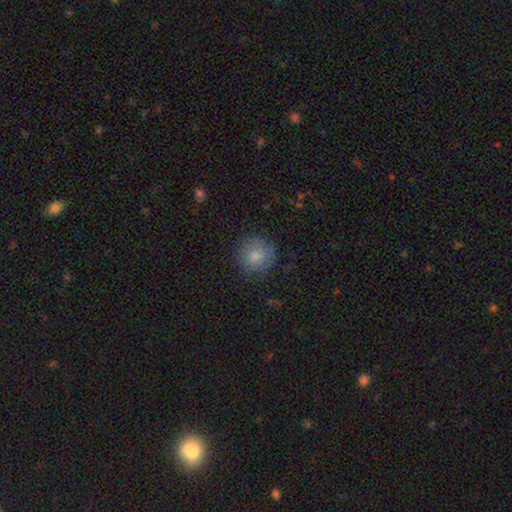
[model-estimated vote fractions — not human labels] This is clearly a smooth galaxy (81%). How rounded: clearly round (92%). Merging: clearly none (80%).